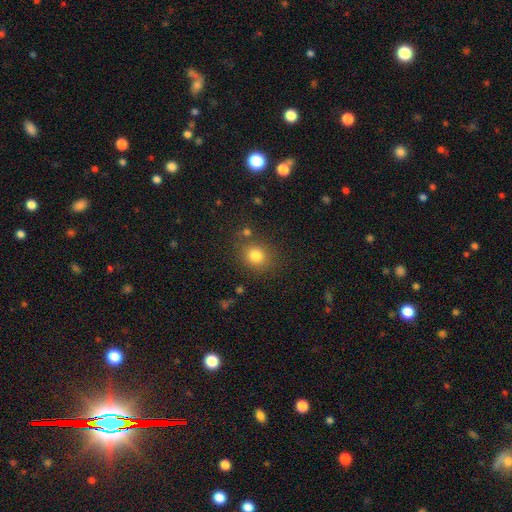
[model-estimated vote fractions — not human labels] Overall: smooth (80%). How rounded: round (74%). Merging: none (79%).